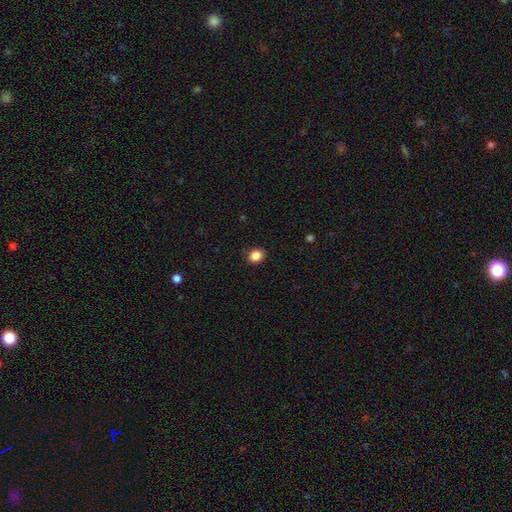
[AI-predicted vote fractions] This appears to be a smooth galaxy with no disk features (87%) that is round (63%). Merging: none (90%).